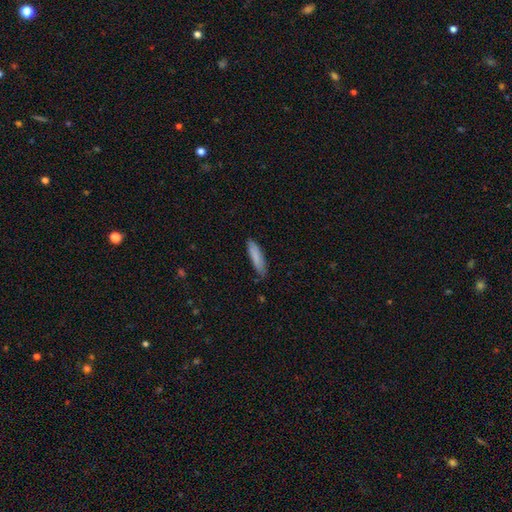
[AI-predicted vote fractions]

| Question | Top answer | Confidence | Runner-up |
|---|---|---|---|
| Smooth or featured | smooth | 84% | featured or disk (10%) |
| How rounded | cigar-shaped | 71% | in between (28%) |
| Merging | none | 79% | minor disturbance (17%) |